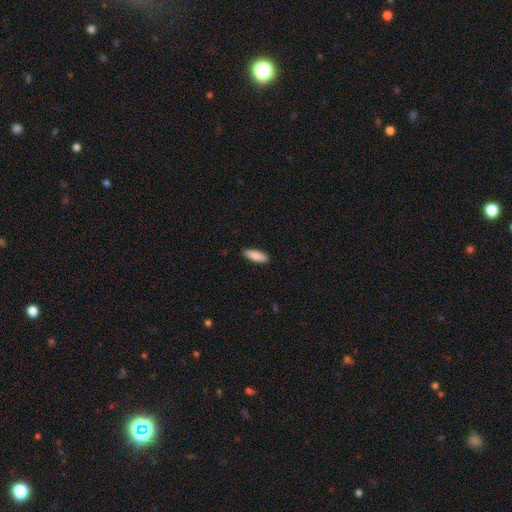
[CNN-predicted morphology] Smooth or featured?
  - smooth: 88% *
  - featured or disk: 7%
  - star or artifact: 5%
How rounded?
  - in between: 57% *
  - cigar-shaped: 41%
  - round: 2%
Merging?
  - none: 89% *
  - minor disturbance: 8%
  - major disturbance: 2%
  - merger: 1%